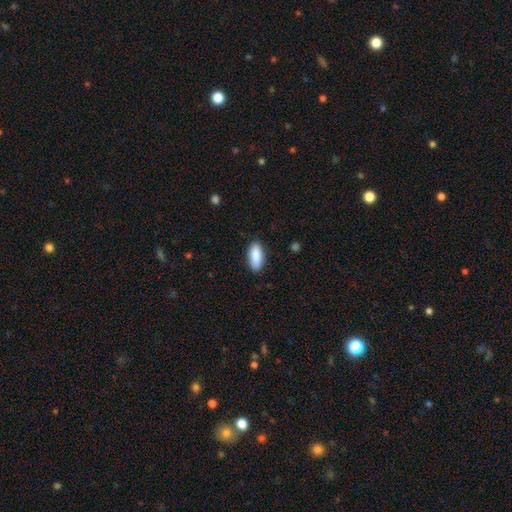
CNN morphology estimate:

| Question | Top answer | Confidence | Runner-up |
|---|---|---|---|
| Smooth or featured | smooth | 88% | star or artifact (6%) |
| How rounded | in between | 85% | cigar-shaped (14%) |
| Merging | none | 88% | minor disturbance (9%) |